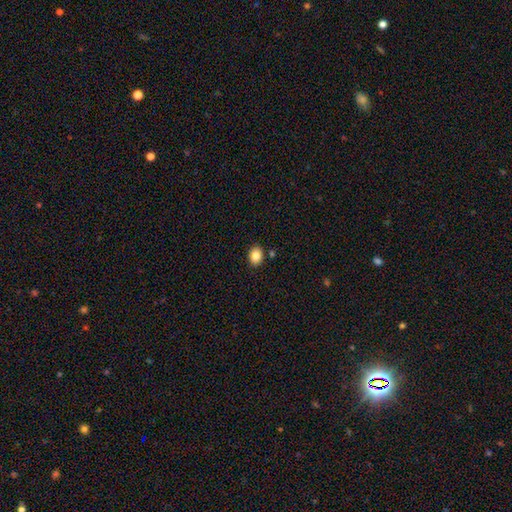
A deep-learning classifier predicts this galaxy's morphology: smooth_or_featured: smooth (p=0.84) [alt: star or artifact p=0.10]
how_rounded: in between (p=0.60) [alt: round p=0.39]
merging: none (p=0.87) [alt: minor disturbance p=0.08]